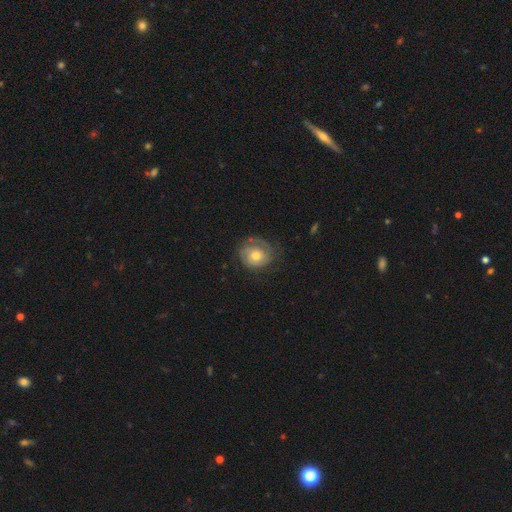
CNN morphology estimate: Smooth or featured? featured or disk (56%)
Edge-on disk? no (97%)
Bar? no (81%)
Spiral arms? yes (79%)
Bulge size? moderate (69%)
Merging? none (65%)